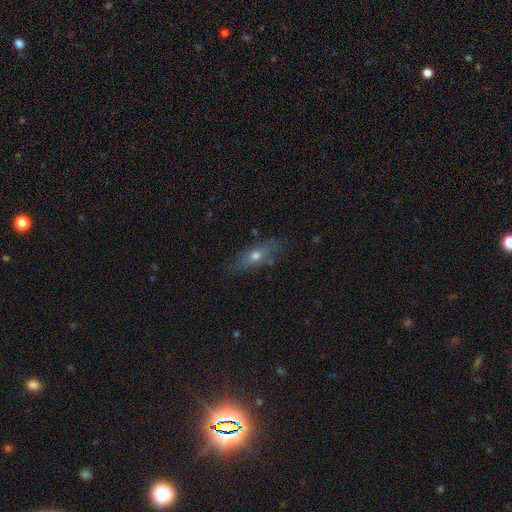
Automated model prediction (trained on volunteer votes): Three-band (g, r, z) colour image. It shows a smooth galaxy with no disk features (52%) that is in between round and cigar-shaped (51%). Merging: none (79%).